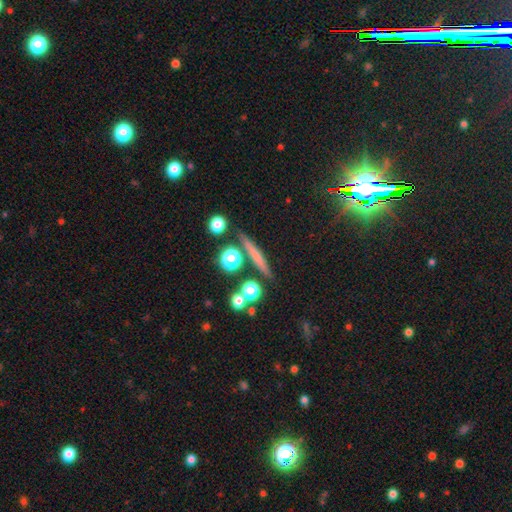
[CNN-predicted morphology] A smooth galaxy with no disk features (54%) that is cigar-shaped (79%).

Vote fractions:
- Smooth or featured? smooth: 54% / featured or disk: 35% / star or artifact: 11%
- How rounded? cigar-shaped: 79% / round: 12% / in between: 8%
- Merging? none: 82% / minor disturbance: 9% / merger: 6% / major disturbance: 3%